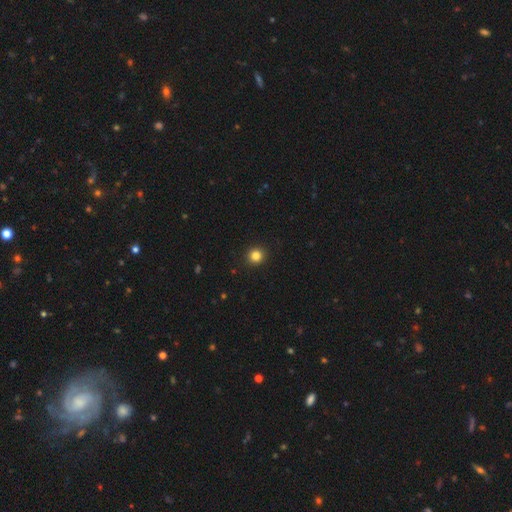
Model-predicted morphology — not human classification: type=smooth (84%); roundness=round (93%); merging=none (93%).